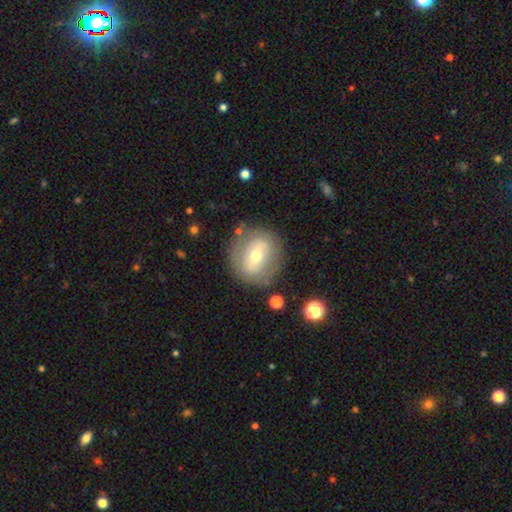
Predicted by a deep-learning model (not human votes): featured or disk 50%, smooth 43%, star or artifact 8%. Down the decision tree: merging — none (77%).